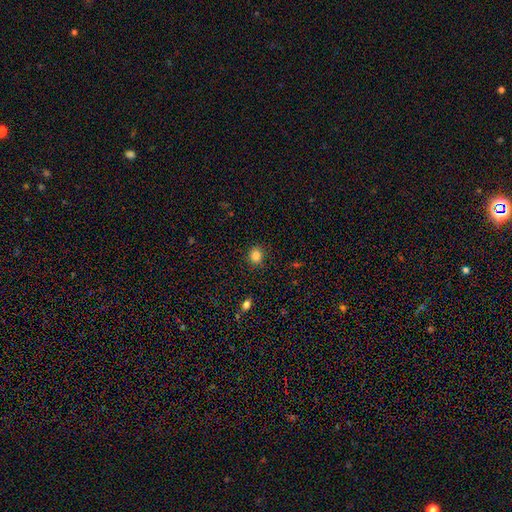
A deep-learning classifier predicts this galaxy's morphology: smooth_or_featured: smooth (p=0.85) [alt: star or artifact p=0.11]
how_rounded: round (p=0.77) [alt: in between p=0.22]
merging: none (p=0.89) [alt: minor disturbance p=0.08]